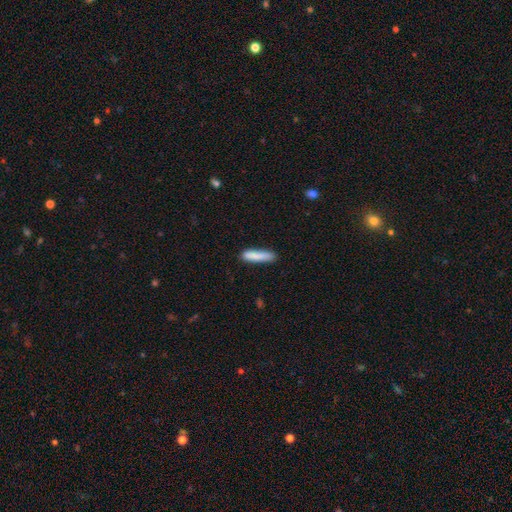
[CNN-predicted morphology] Smooth or featured?
  - smooth: 85% *
  - featured or disk: 8%
  - star or artifact: 7%
How rounded?
  - cigar-shaped: 84% *
  - in between: 15%
  - round: 1%
Merging?
  - none: 81% *
  - minor disturbance: 14%
  - major disturbance: 3%
  - merger: 2%